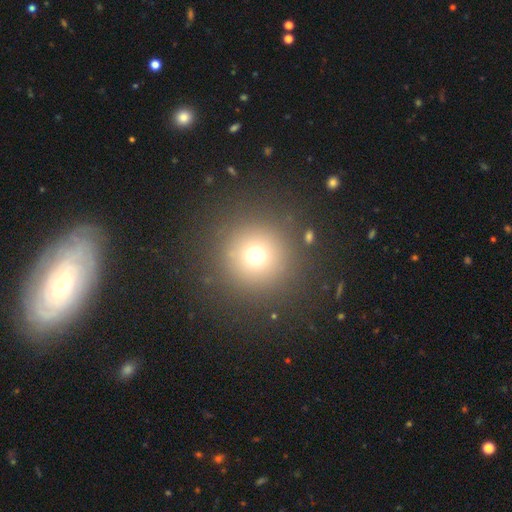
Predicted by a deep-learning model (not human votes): Q: Smooth or featured?
A: smooth (70%); runner-up: star or artifact (20%)
Q: How rounded?
A: round (96%); runner-up: in between (3%)
Q: Merging?
A: none (87%); runner-up: minor disturbance (6%)